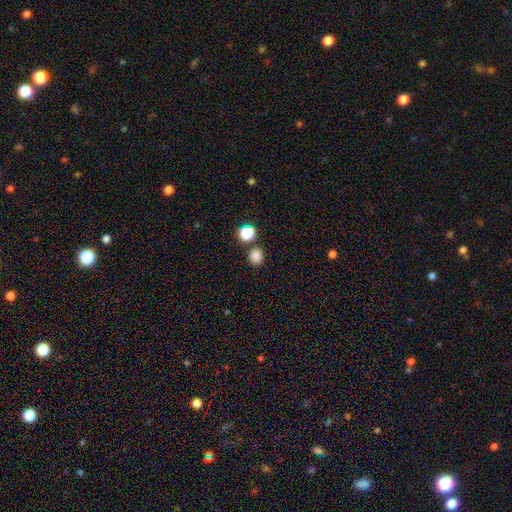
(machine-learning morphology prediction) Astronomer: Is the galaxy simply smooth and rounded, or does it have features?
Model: smooth — 82%.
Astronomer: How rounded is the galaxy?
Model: round — 80%.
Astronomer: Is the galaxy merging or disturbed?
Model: none — 81%.